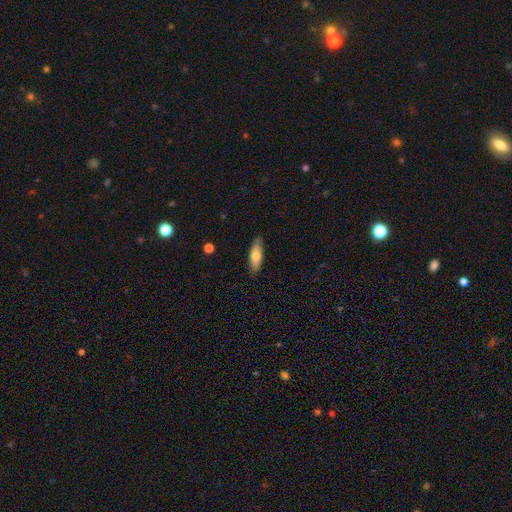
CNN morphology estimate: Smooth or featured?
  - smooth: 72% *
  - featured or disk: 22%
  - star or artifact: 6%
How rounded?
  - in between: 52% *
  - cigar-shaped: 46%
  - round: 2%
Merging?
  - none: 83% *
  - minor disturbance: 13%
  - major disturbance: 2%
  - merger: 1%